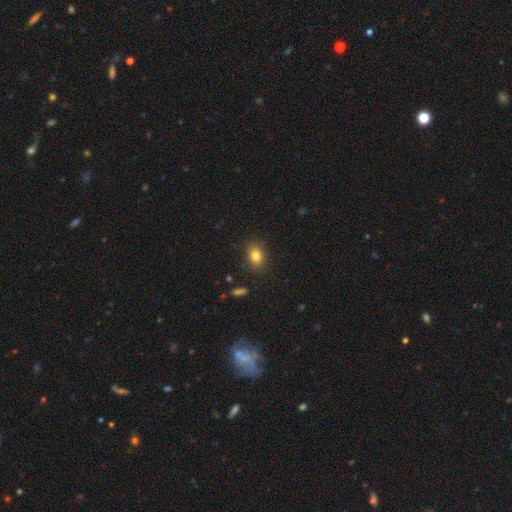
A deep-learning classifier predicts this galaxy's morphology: Smooth or featured? smooth (83%)
How rounded? in between (75%)
Merging? none (86%)